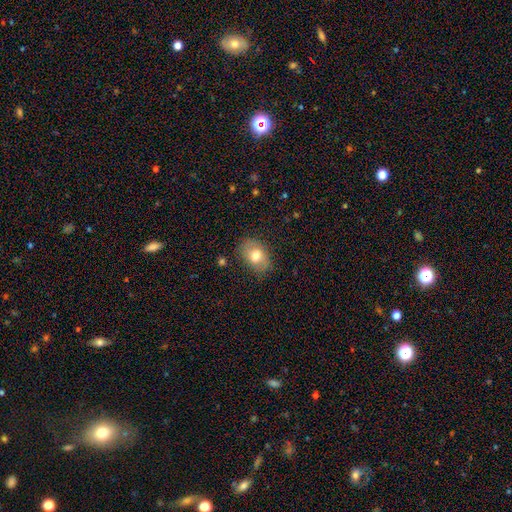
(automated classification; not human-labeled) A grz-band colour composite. It shows a smooth galaxy with no disk features (69%) that is in between round and cigar-shaped (79%). Merging: none (78%).